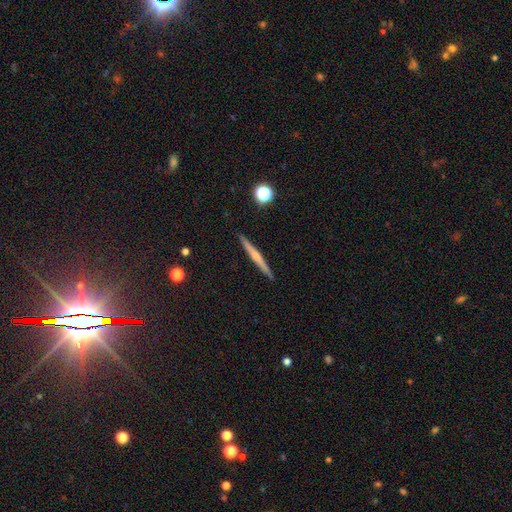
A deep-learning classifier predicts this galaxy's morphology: Smooth or featured? Predicted: featured or disk (p=0.61). Edge-on disk? Predicted: yes (p=0.98). Edge-on bulge? Predicted: rounded (p=0.62). Merging? Predicted: none (p=0.92).